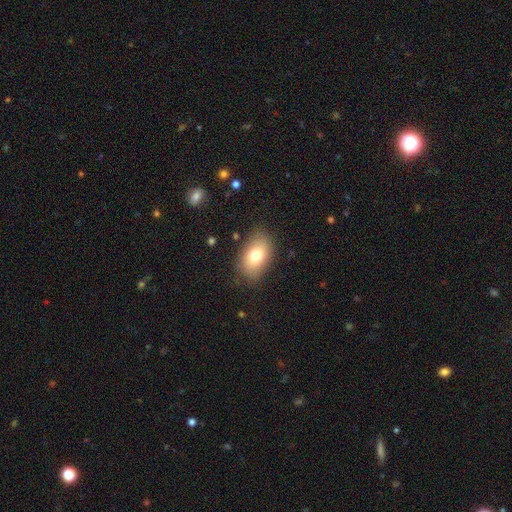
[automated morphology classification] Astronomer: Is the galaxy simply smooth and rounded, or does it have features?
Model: smooth — 76%.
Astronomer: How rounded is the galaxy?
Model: in between — 88%.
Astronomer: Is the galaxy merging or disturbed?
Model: none — 82%.